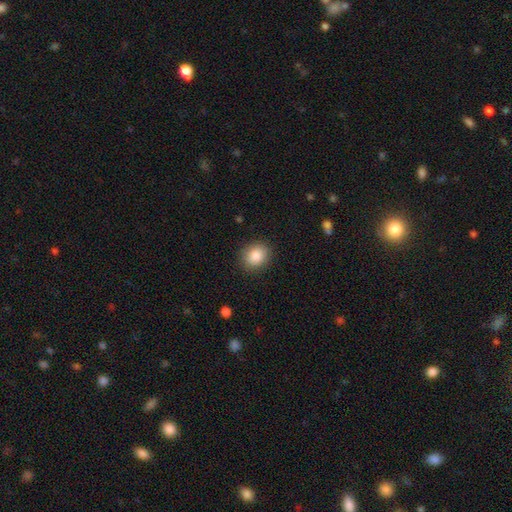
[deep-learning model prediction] A smooth galaxy with no disk features (86%) that is round (68%).

Vote fractions:
- Smooth or featured? smooth: 86% / star or artifact: 8% / featured or disk: 5%
- How rounded? round: 68% / in between: 31% / cigar-shaped: 1%
- Merging? none: 88% / minor disturbance: 9% / major disturbance: 2% / merger: 1%